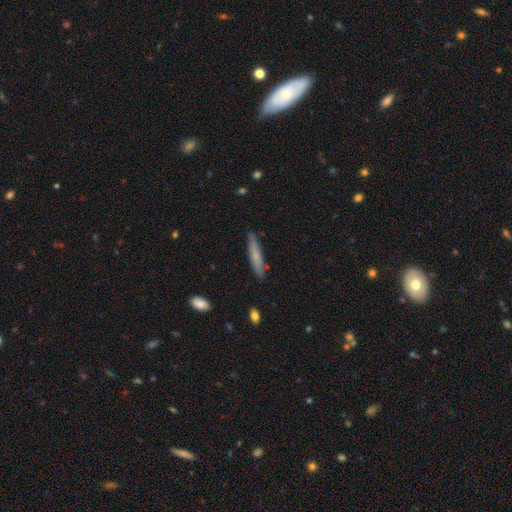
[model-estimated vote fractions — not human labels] A smooth galaxy with no disk features (62%) that is cigar-shaped (90%).

Vote fractions:
- Smooth or featured? smooth: 62% / featured or disk: 32% / star or artifact: 6%
- How rounded? cigar-shaped: 90% / in between: 9% / round: 2%
- Merging? none: 84% / minor disturbance: 12% / major disturbance: 2% / merger: 2%